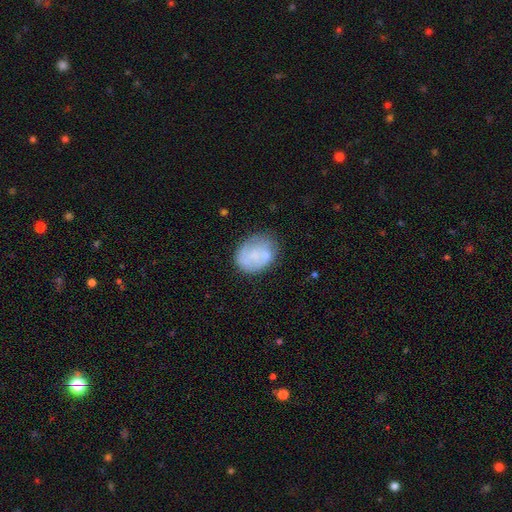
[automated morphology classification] Smooth or featured? smooth (53%)
How rounded? in between (59%)
Merging? none (57%)